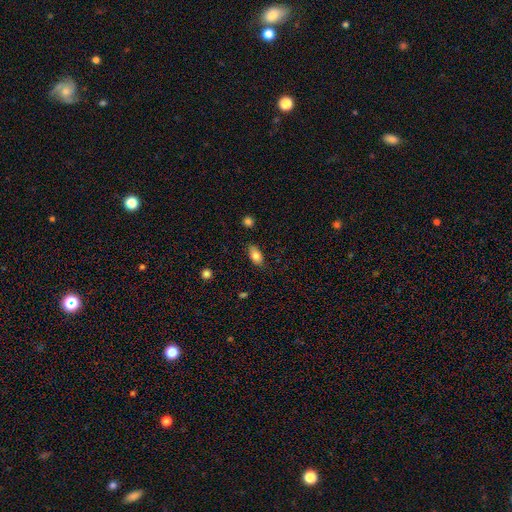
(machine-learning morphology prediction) smooth-or-featured: smooth: 81% | featured or disk: 11% | star or artifact: 8%
  how-rounded: in between: 88% | cigar-shaped: 6% | round: 5%
  merging: none: 80% | minor disturbance: 15% | major disturbance: 3% | merger: 2%